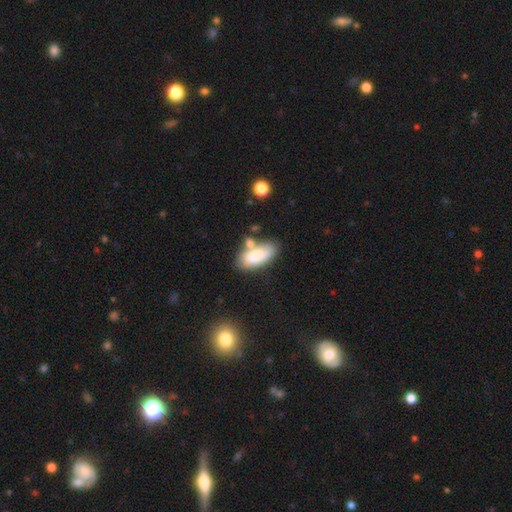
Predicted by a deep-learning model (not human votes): Smooth or featured? Predicted: smooth (p=0.74). How rounded? Predicted: in between (p=0.88). Merging? Predicted: none (p=0.48).